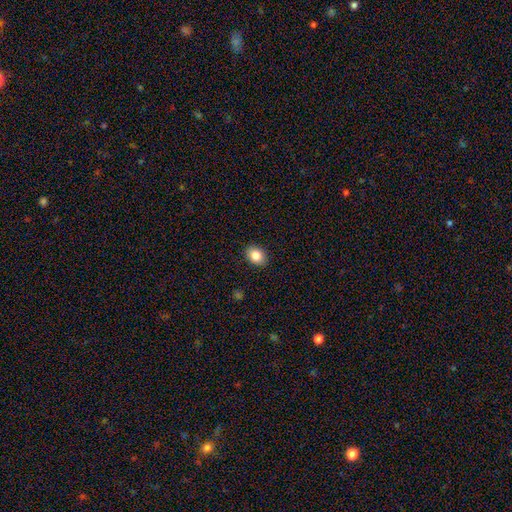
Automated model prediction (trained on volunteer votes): Q: Smooth or featured?
A: smooth (84%); runner-up: star or artifact (9%)
Q: How rounded?
A: in between (62%); runner-up: round (37%)
Q: Merging?
A: none (90%); runner-up: minor disturbance (7%)